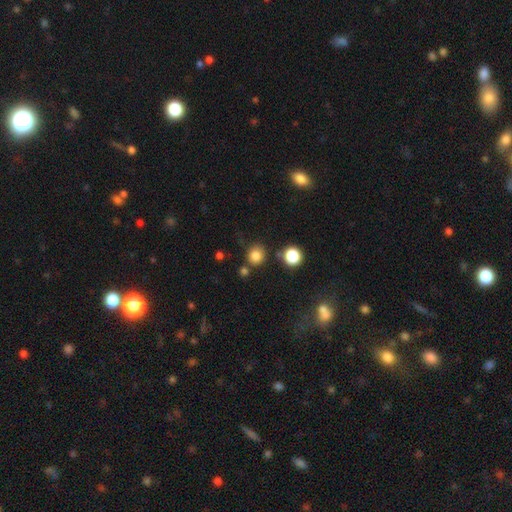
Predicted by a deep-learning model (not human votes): smooth-or-featured: smooth: 81% | star or artifact: 14% | featured or disk: 5%
  how-rounded: round: 86% | in between: 13% | cigar-shaped: 1%
  merging: none: 78% | minor disturbance: 10% | merger: 8% | major disturbance: 3%